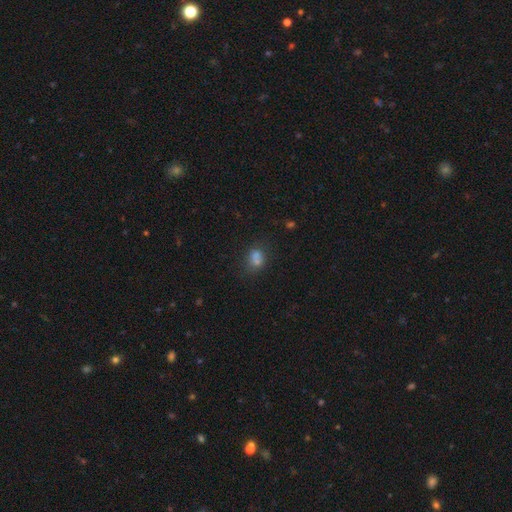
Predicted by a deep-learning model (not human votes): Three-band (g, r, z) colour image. It shows a smooth galaxy with no disk features (69%) that is round (49%, tied with in between). Merging: none (47%).